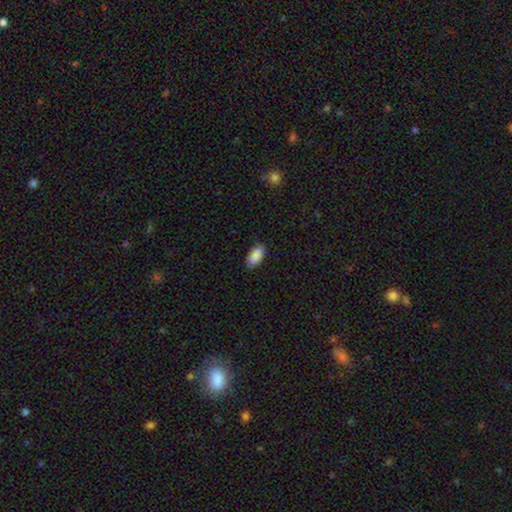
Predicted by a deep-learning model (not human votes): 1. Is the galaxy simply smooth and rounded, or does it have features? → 90% smooth, 7% star or artifact, 3% featured or disk.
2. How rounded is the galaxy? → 94% in between, 3% cigar-shaped, 3% round.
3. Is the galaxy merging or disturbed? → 85% none, 12% minor disturbance, 2% major disturbance, 1% merger.